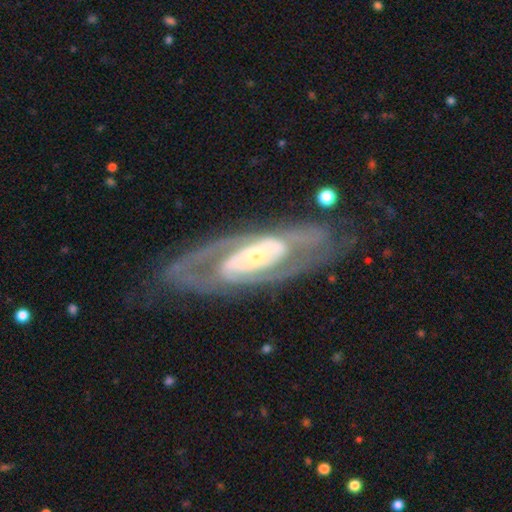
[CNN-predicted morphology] A featured or disk galaxy (86%) with no bar (52%), 2 (70%) tight (49%) spiral arms (86%) and a small central bulge (66%). Merging: none (72%).